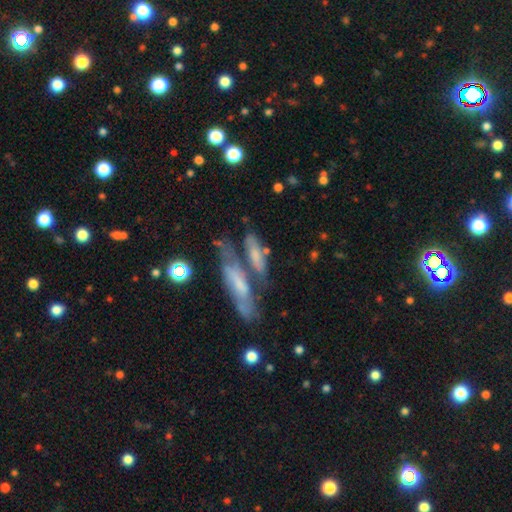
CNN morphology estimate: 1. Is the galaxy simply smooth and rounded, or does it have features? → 53% smooth, 38% featured or disk, 10% star or artifact.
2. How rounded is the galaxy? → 54% cigar-shaped, 42% in between, 4% round.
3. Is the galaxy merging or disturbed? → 43% merger, 34% none, 15% minor disturbance, 8% major disturbance.